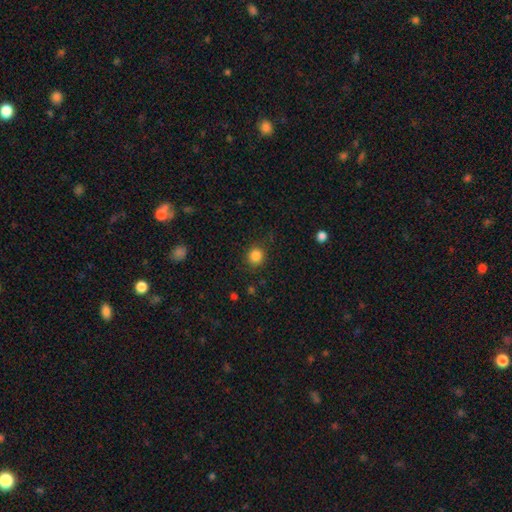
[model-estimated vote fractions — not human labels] This appears to be a smooth galaxy with no disk features (85%) that is round (90%). Merging: none (87%).